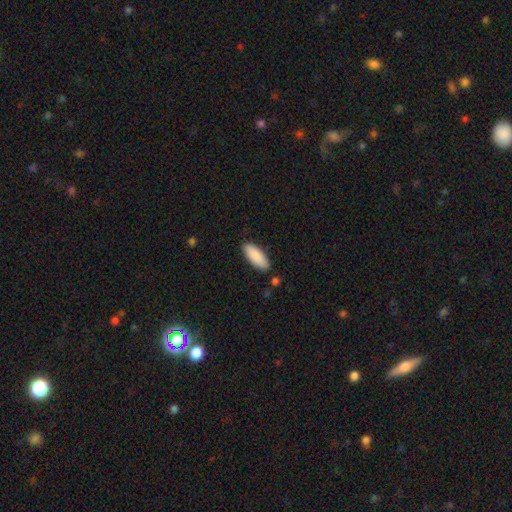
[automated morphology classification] A smooth galaxy with no disk features (88%) that is in between round and cigar-shaped (76%).

Vote fractions:
- Smooth or featured? smooth: 88% / featured or disk: 6% / star or artifact: 6%
- How rounded? in between: 76% / cigar-shaped: 22% / round: 2%
- Merging? none: 87% / minor disturbance: 9% / merger: 2% / major disturbance: 2%